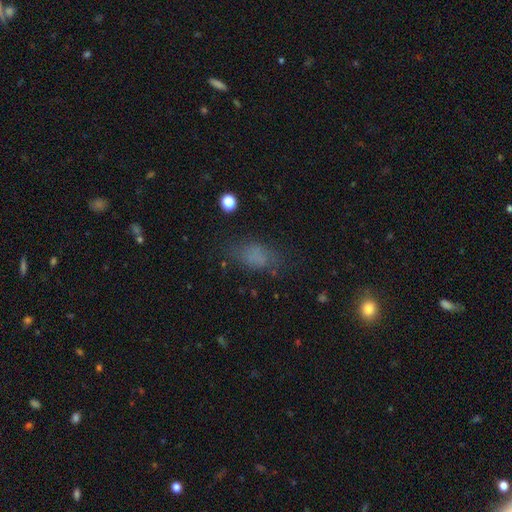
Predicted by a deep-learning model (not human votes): Smooth or featured?
  - smooth: 71% *
  - star or artifact: 17%
  - featured or disk: 12%
How rounded?
  - in between: 83% *
  - round: 12%
  - cigar-shaped: 5%
Merging?
  - none: 64% *
  - minor disturbance: 21%
  - major disturbance: 13%
  - merger: 2%